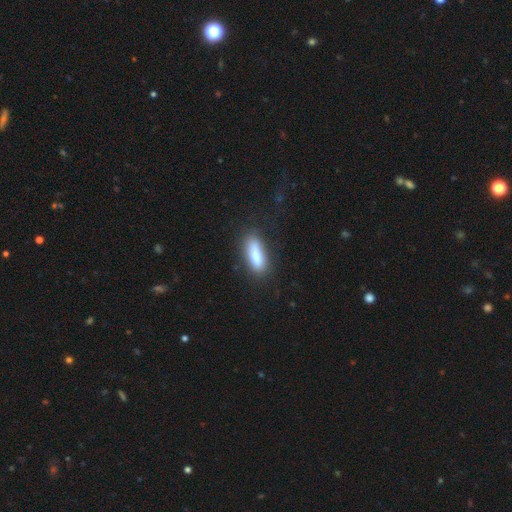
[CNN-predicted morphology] Smooth or featured? smooth (78%)
How rounded? in between (59%)
Merging? none (76%)